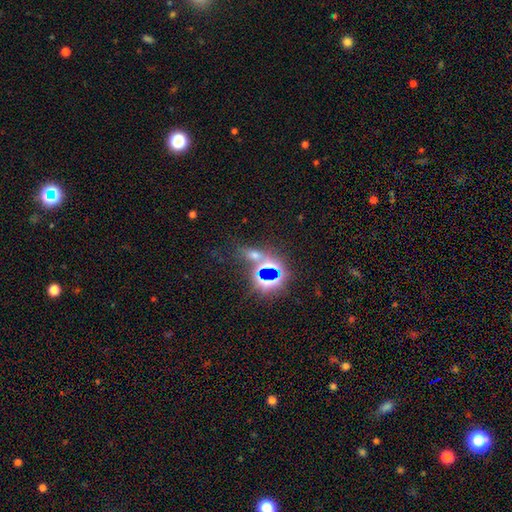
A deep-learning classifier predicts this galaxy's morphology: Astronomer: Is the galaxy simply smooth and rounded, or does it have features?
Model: star or artifact — 68%.